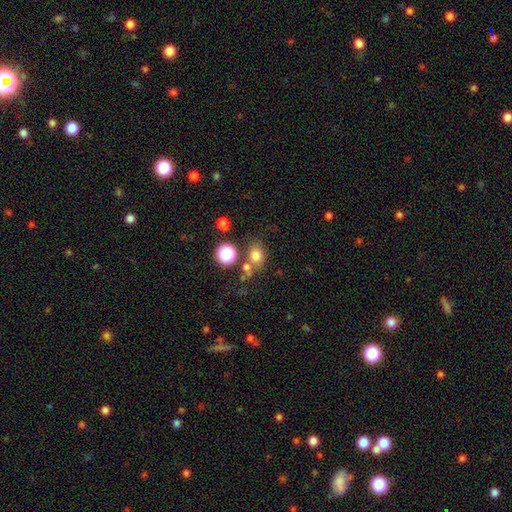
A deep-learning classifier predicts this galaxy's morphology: Smooth or featured?
  - smooth: 74% *
  - star or artifact: 17%
  - featured or disk: 9%
How rounded?
  - round: 60% *
  - in between: 39%
  - cigar-shaped: 1%
Merging?
  - none: 62% *
  - merger: 19%
  - minor disturbance: 13%
  - major disturbance: 6%